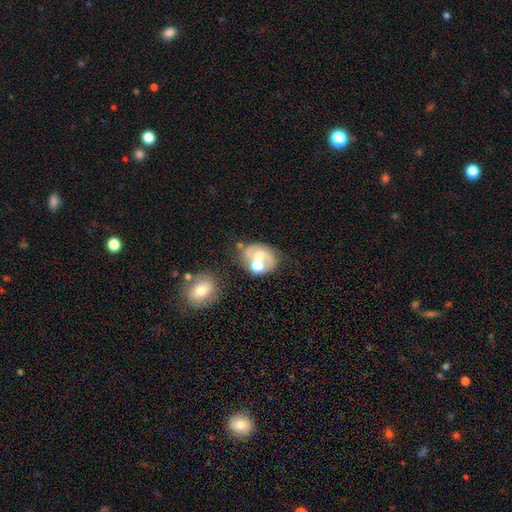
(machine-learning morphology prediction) featured or disk 49%, smooth 40%, star or artifact 11%. Down the decision tree: merging — none (38%).